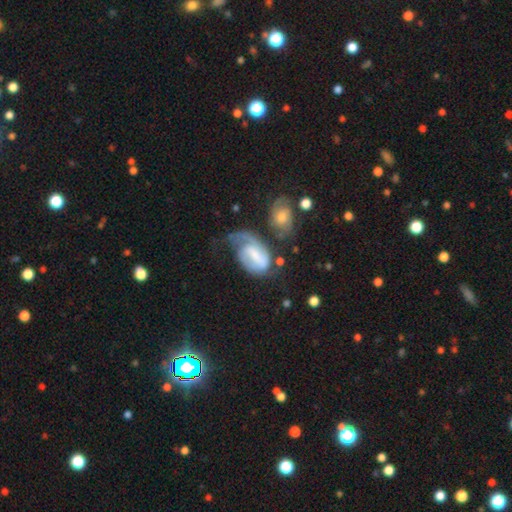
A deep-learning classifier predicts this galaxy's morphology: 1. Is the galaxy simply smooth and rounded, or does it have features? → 69% featured or disk, 24% smooth, 7% star or artifact.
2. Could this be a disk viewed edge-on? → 97% no, 3% yes.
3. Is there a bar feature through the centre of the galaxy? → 46% weak, 28% strong, 26% no.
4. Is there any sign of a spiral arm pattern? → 87% yes, 13% no.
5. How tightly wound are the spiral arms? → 41% medium, 34% tight, 25% loose.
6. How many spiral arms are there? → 42% 2, 40% 1, 13% can't tell, 3% 3, 1% 4, 1% more than 4.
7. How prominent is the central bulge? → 36% small, 30% moderate, 24% none, 8% large, 2% dominant.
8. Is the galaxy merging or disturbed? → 37% major disturbance, 28% none, 22% minor disturbance, 13% merger.